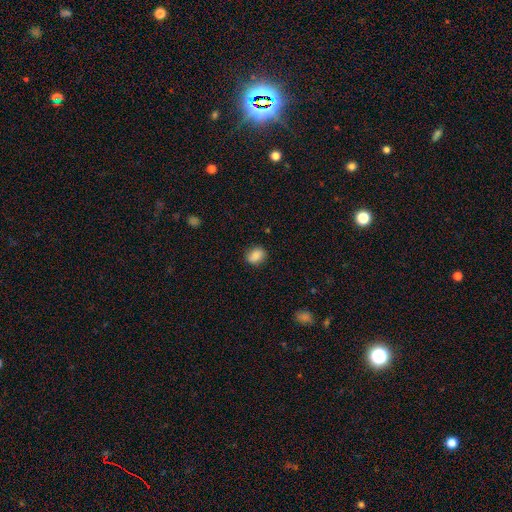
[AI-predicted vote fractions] Morphology: type=smooth (86%); roundness=in between (59%); merging=none (83%).